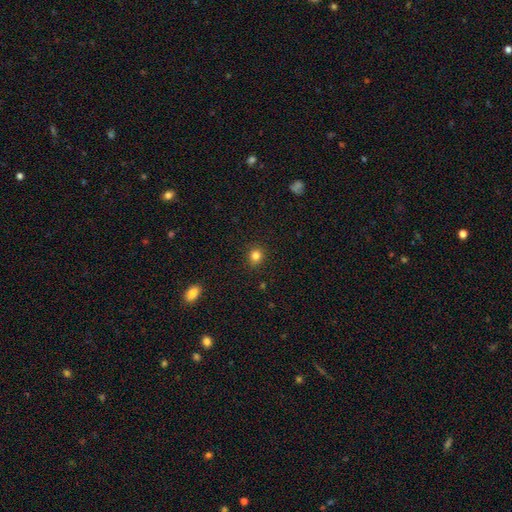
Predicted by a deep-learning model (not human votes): Smooth or featured: smooth — 83% (star or artifact — 12%)
How rounded: round — 81% (in between — 18%)
Merging: none — 89% (minor disturbance — 7%)